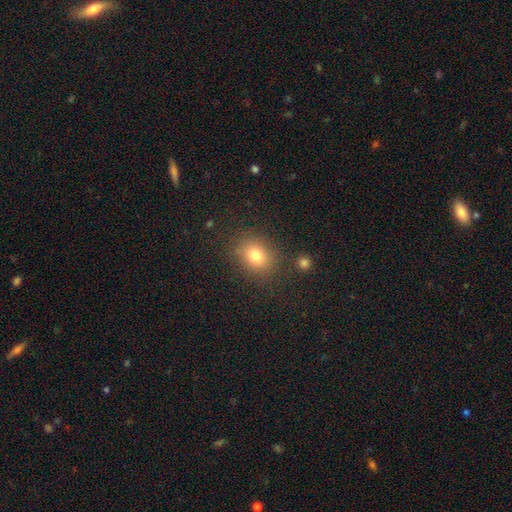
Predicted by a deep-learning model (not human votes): Overall: smooth (78%). How rounded: round (53%; in between 46%). Merging: none (82%).